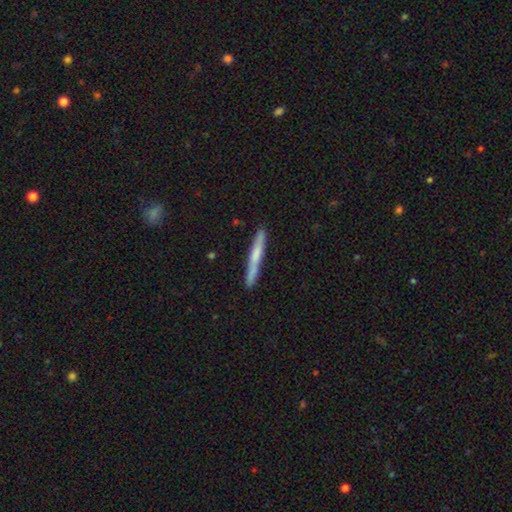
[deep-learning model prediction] Q: Smooth or featured?
A: smooth (56%); runner-up: featured or disk (39%)
Q: How rounded?
A: cigar-shaped (96%); runner-up: in between (2%)
Q: Merging?
A: none (88%); runner-up: minor disturbance (9%)